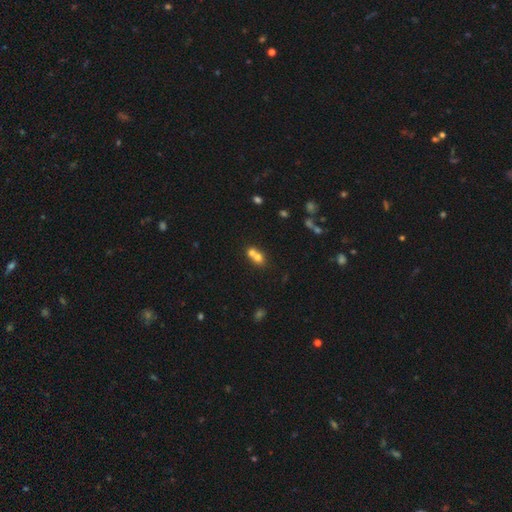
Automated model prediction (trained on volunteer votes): A smooth galaxy with no disk features (68%) that is round (67%). Merging: merger (66%).